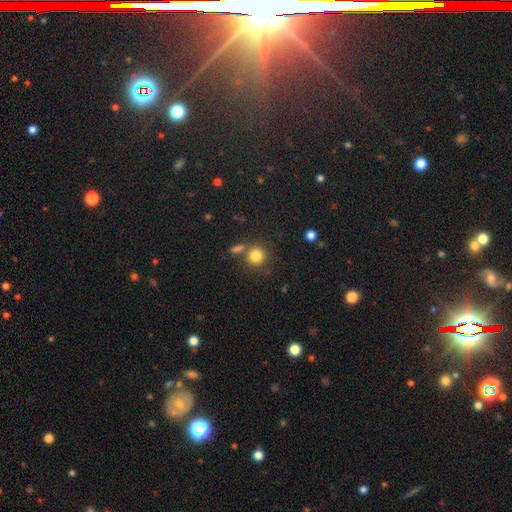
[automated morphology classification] The model was most divided on "merging": none: 70%, merger: 16%, minor disturbance: 10%, major disturbance: 4%. More confident: how rounded — round (89%); smooth or featured — smooth (82%).